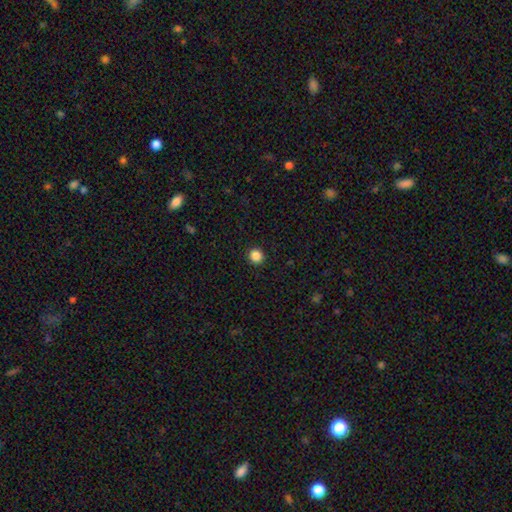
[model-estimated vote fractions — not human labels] This appears to be a smooth galaxy with no disk features (87%) that is round (92%). Merging: none (93%).